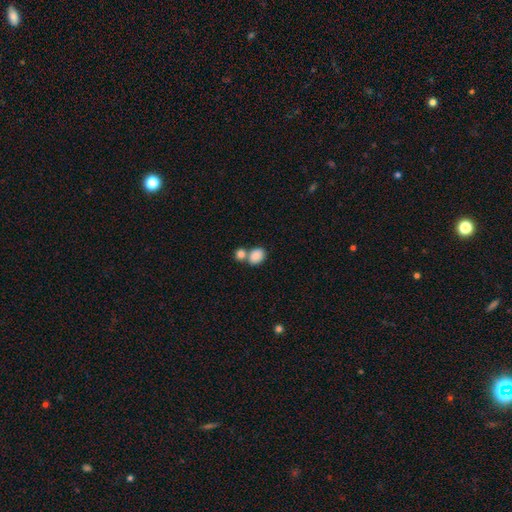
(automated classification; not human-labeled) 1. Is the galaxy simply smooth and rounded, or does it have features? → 87% smooth, 8% star or artifact, 6% featured or disk.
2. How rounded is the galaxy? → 62% in between, 37% round, 1% cigar-shaped.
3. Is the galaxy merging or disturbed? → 46% merger, 42% none, 8% minor disturbance, 4% major disturbance.